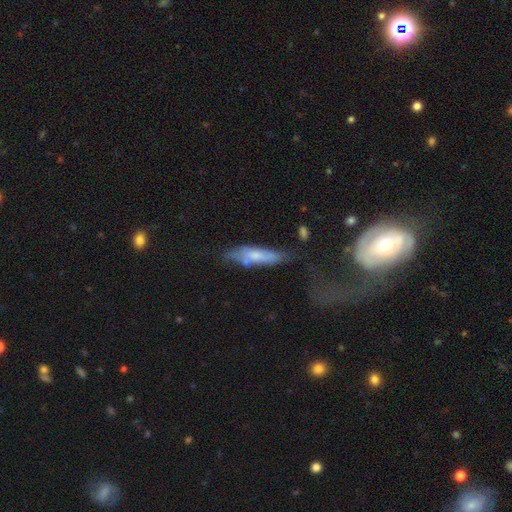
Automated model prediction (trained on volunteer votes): Smooth or featured?
  - smooth: 54% *
  - featured or disk: 38%
  - star or artifact: 8%
How rounded?
  - cigar-shaped: 68% *
  - in between: 30%
  - round: 2%
Merging?
  - none: 39% *
  - minor disturbance: 28%
  - major disturbance: 21%
  - merger: 12%